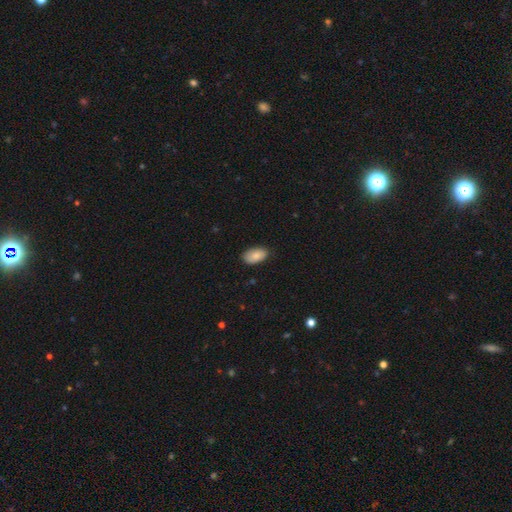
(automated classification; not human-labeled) Morphology: type=smooth (85%); roundness=in between (95%); merging=none (83%).